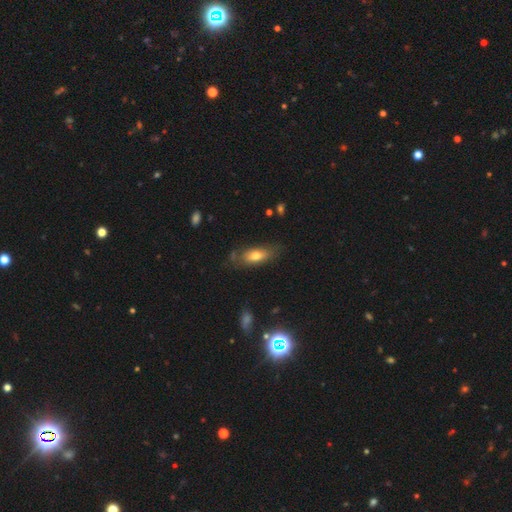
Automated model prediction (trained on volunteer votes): A smooth galaxy with no disk features (68%) that is in between round and cigar-shaped (76%). Merging: none (68%).